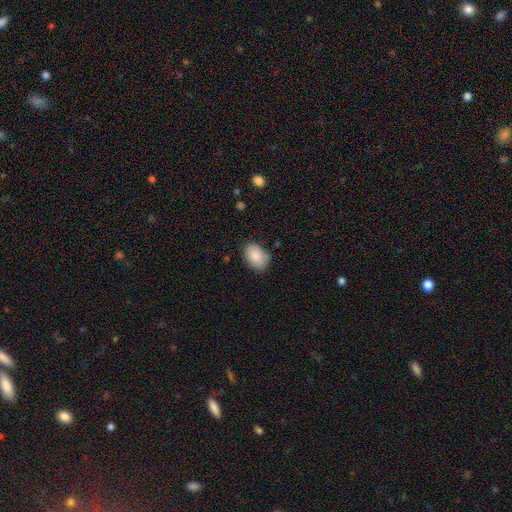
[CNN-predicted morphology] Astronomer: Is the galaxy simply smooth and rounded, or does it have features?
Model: smooth — 85%.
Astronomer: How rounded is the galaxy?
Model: in between — 85%.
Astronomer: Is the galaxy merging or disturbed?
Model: none — 78%.